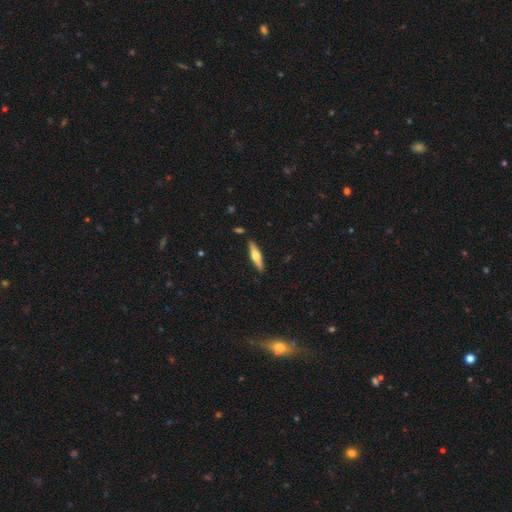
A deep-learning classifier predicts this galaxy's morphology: type=featured or disk (52%); edge-on=yes (94%); merging=none (89%).